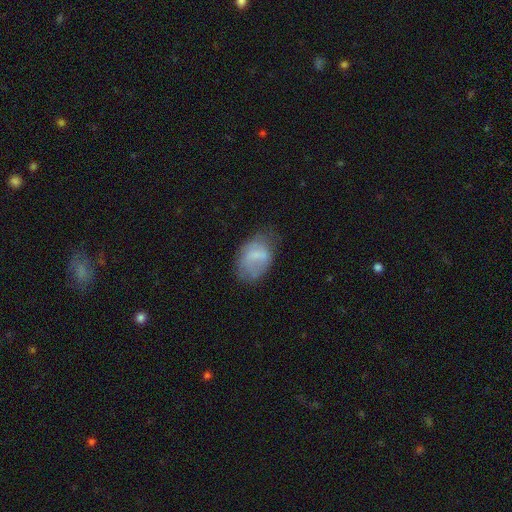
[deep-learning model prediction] A smooth galaxy with no disk features (62%) that is in between round and cigar-shaped (81%).

Vote fractions:
- Smooth or featured? smooth: 62% / featured or disk: 29% / star or artifact: 9%
- How rounded? in between: 81% / round: 17% / cigar-shaped: 2%
- Merging? none: 48% / minor disturbance: 31% / major disturbance: 17% / merger: 3%